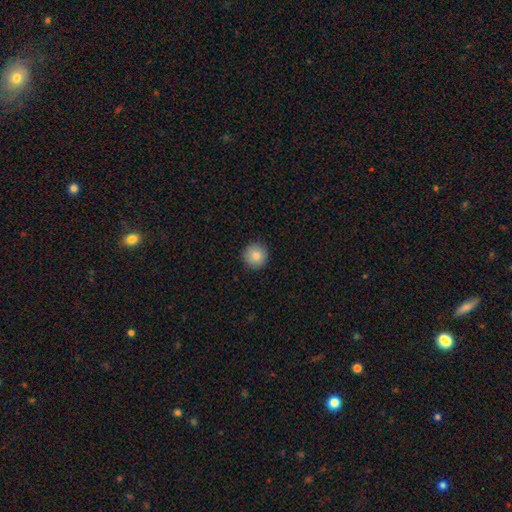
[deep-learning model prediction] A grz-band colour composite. It shows a smooth galaxy with no disk features (86%) that is round (96%). Merging: none (92%).